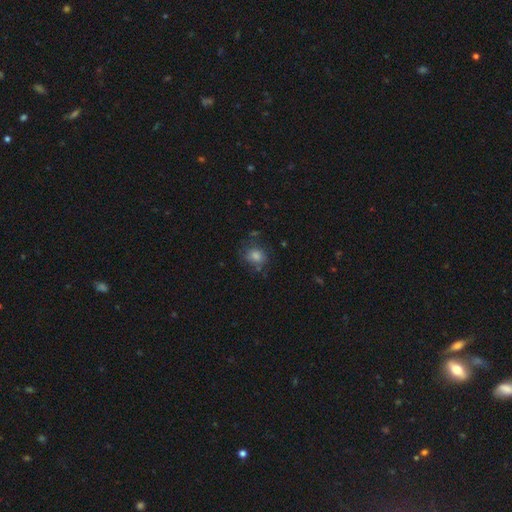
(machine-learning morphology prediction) This is likely a smooth galaxy (73%). How rounded: likely round (72%). Merging: likely none (71%).